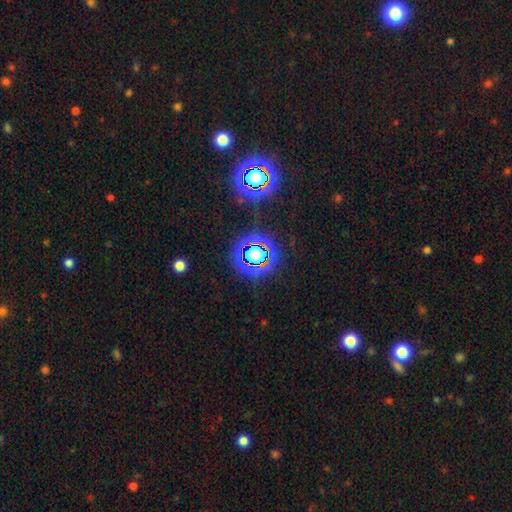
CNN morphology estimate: Smooth or featured: star or artifact — 81% (smooth — 12%)